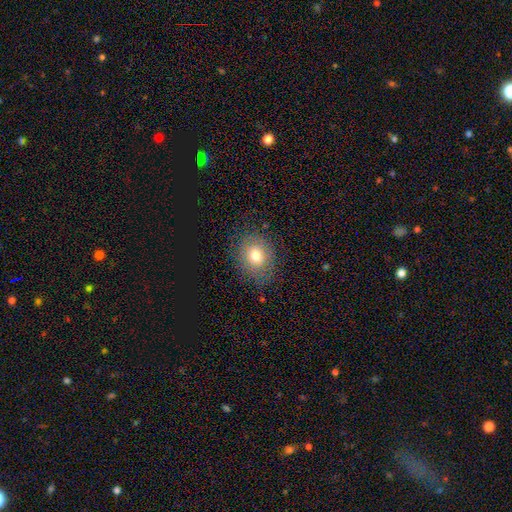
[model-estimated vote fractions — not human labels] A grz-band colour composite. It shows a smooth galaxy with no disk features (75%) that is in between round and cigar-shaped (51%). Merging: none (79%).